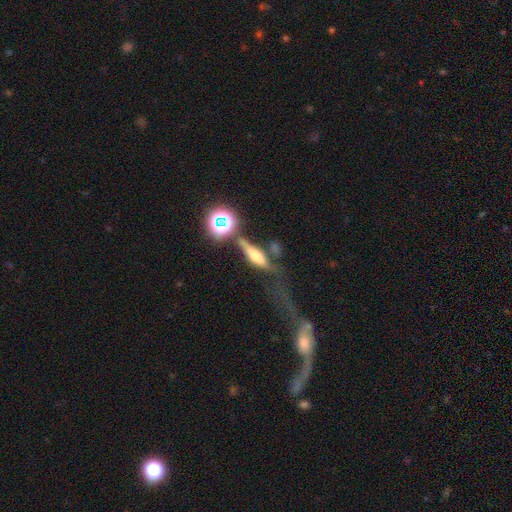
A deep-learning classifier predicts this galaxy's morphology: Smooth or featured? Predicted: smooth (p=0.50). Merging? Predicted: none (p=0.38).